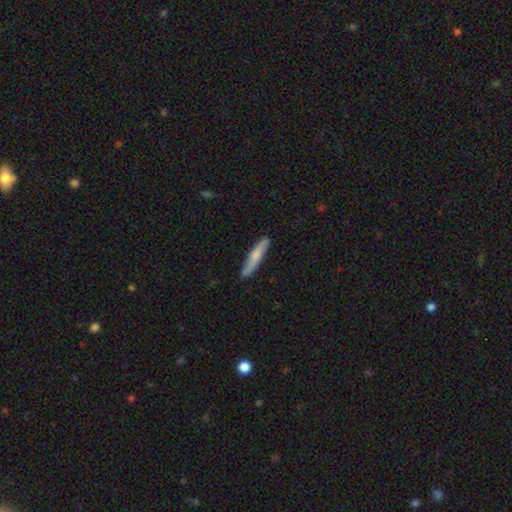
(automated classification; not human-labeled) Smooth or featured? smooth (58%)
How rounded? cigar-shaped (91%)
Merging? none (83%)